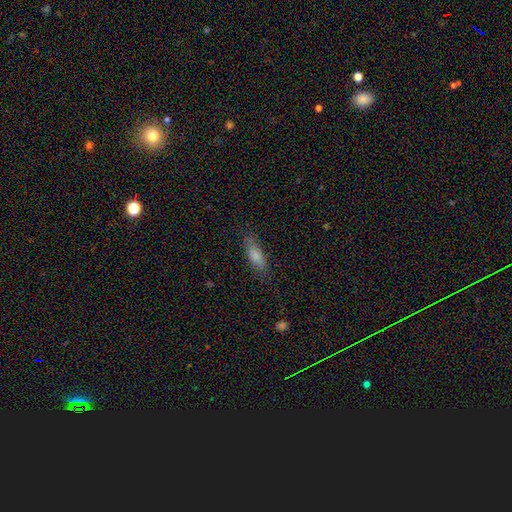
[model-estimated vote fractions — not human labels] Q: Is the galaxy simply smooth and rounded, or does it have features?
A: smooth — 80%.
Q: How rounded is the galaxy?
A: in between — 62%.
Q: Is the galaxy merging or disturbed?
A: none — 74%.